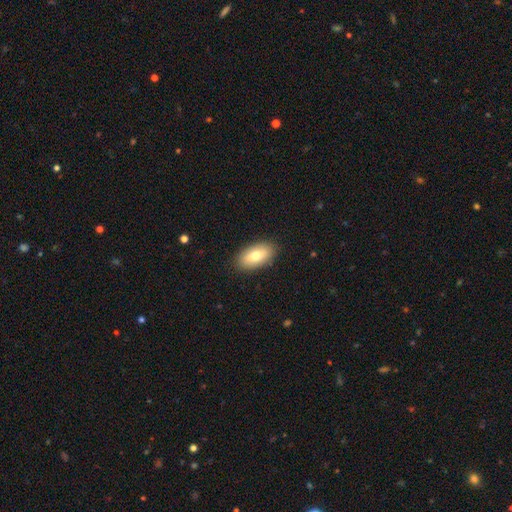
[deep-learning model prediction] Smooth or featured: smooth — 75% (featured or disk — 18%)
How rounded: in between — 93% (cigar-shaped — 4%)
Merging: none — 88% (minor disturbance — 9%)